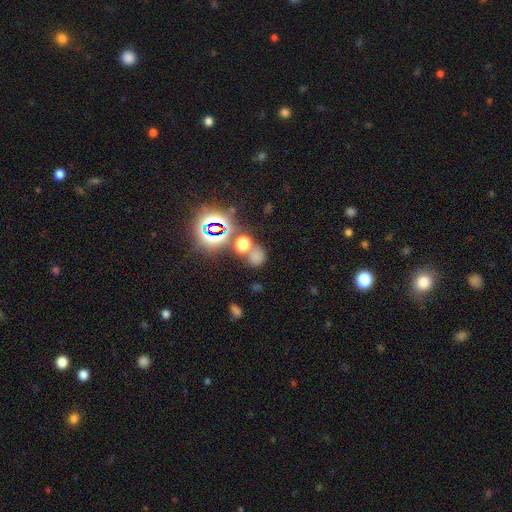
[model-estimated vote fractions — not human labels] A smooth galaxy with no disk features (58%) that is round (74%).

Vote fractions:
- Smooth or featured? smooth: 58% / star or artifact: 34% / featured or disk: 8%
- How rounded? round: 74% / in between: 24% / cigar-shaped: 1%
- Merging? none: 57% / merger: 24% / minor disturbance: 12% / major disturbance: 7%